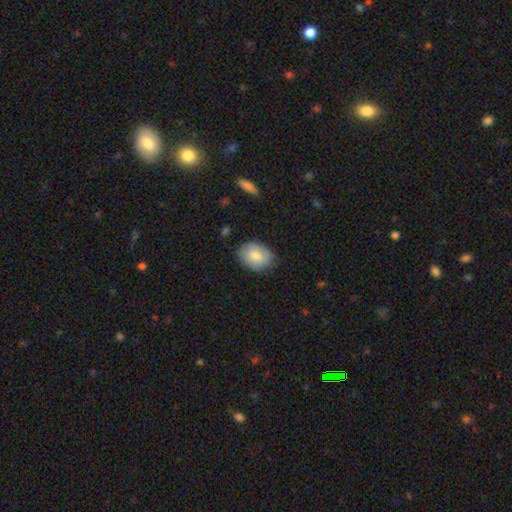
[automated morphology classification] A smooth galaxy with no disk features (82%) that is in between round and cigar-shaped (71%).

Vote fractions:
- Smooth or featured? smooth: 82% / featured or disk: 12% / star or artifact: 6%
- How rounded? in between: 71% / round: 27% / cigar-shaped: 1%
- Merging? none: 80% / minor disturbance: 16% / major disturbance: 3% / merger: 1%